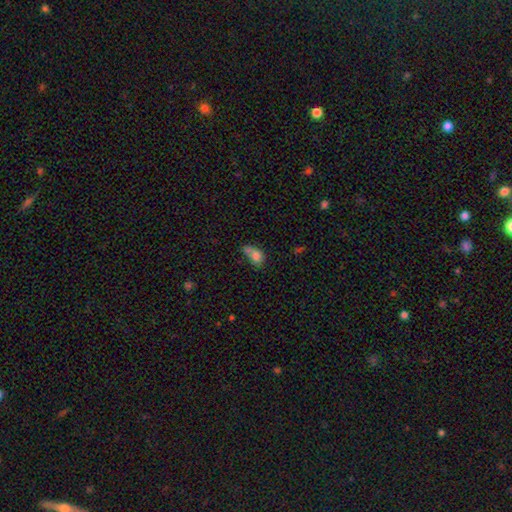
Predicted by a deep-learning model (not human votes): Q: Smooth or featured?
A: smooth (77%); runner-up: featured or disk (13%)
Q: How rounded?
A: in between (57%); runner-up: round (42%)
Q: Merging?
A: merger (42%); runner-up: none (29%)